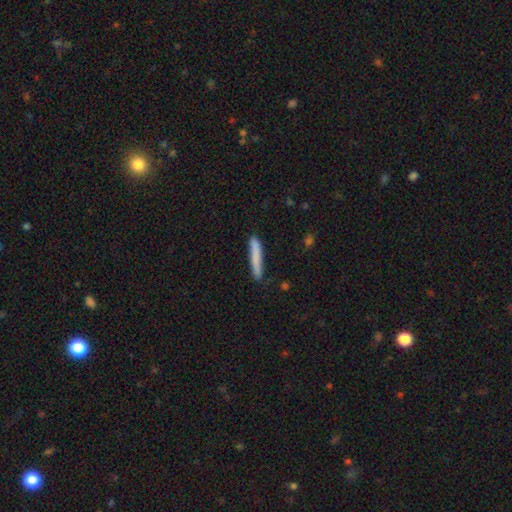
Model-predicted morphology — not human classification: type=smooth (78%); roundness=cigar-shaped (95%); merging=none (85%).